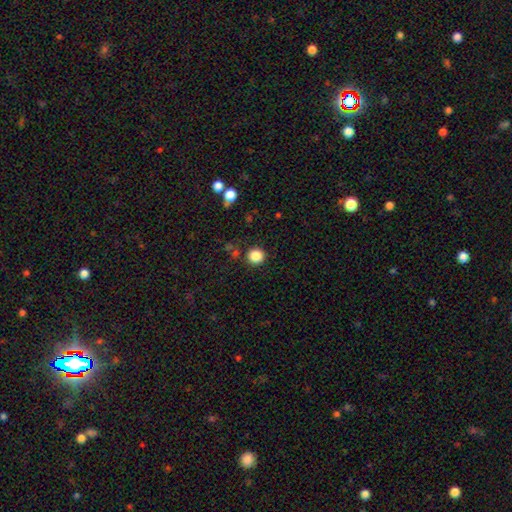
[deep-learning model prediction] smooth_or_featured: smooth (p=0.85) [alt: star or artifact p=0.11]
how_rounded: round (p=0.92) [alt: in between p=0.07]
merging: none (p=0.88) [alt: minor disturbance p=0.06]